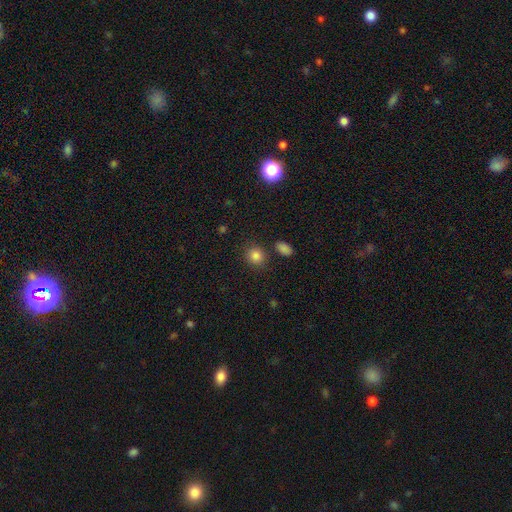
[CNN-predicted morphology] Smooth or featured? smooth (83%)
How rounded? round (79%)
Merging? none (83%)